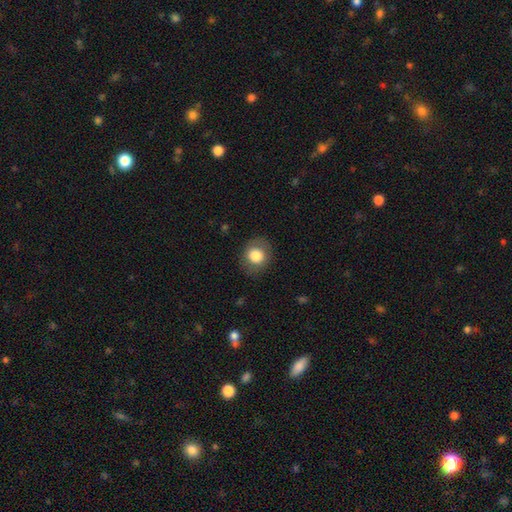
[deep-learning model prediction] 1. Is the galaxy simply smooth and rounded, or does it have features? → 80% smooth, 11% featured or disk, 9% star or artifact.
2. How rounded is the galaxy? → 78% round, 21% in between, 1% cigar-shaped.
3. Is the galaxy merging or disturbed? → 83% none, 12% minor disturbance, 5% major disturbance, 1% merger.